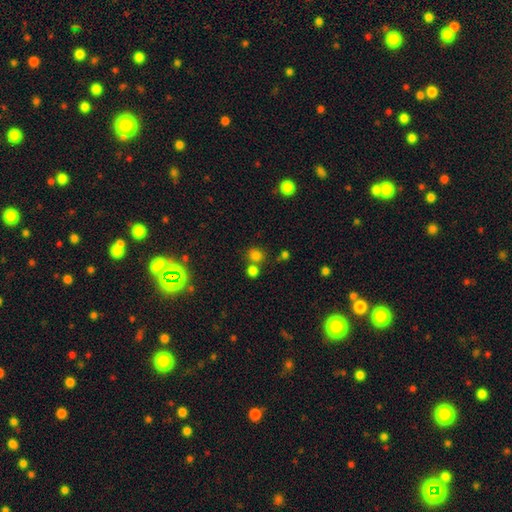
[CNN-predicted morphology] type=smooth (72%); roundness=round (76%); merging=none (63%).